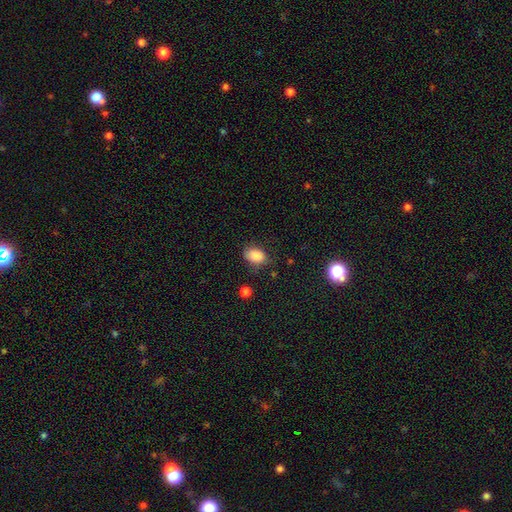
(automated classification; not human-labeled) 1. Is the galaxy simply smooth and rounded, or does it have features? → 86% smooth, 9% star or artifact, 5% featured or disk.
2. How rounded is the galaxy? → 80% in between, 19% round, 1% cigar-shaped.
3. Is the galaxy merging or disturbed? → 69% none, 23% minor disturbance, 6% major disturbance, 2% merger.